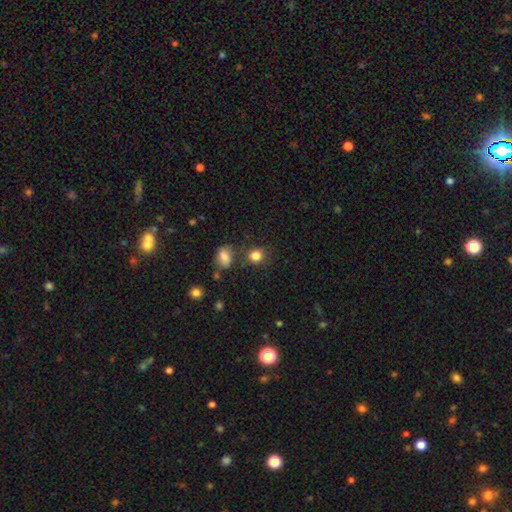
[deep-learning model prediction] Overall: smooth (84%). How rounded: round (76%). Merging: none (75%).